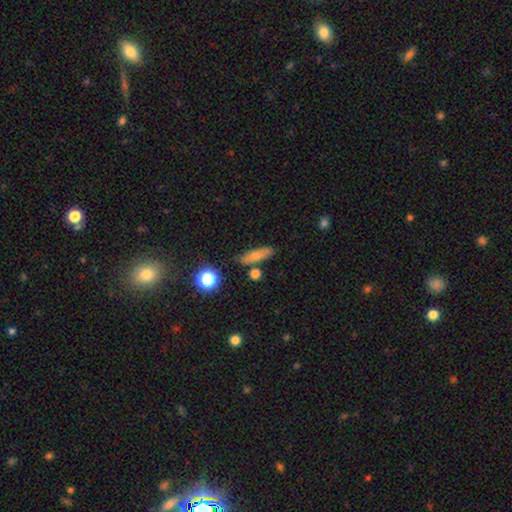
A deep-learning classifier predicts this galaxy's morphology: This appears to be a smooth galaxy with no disk features (71%) that is cigar-shaped (50%). Merging: none (75%).